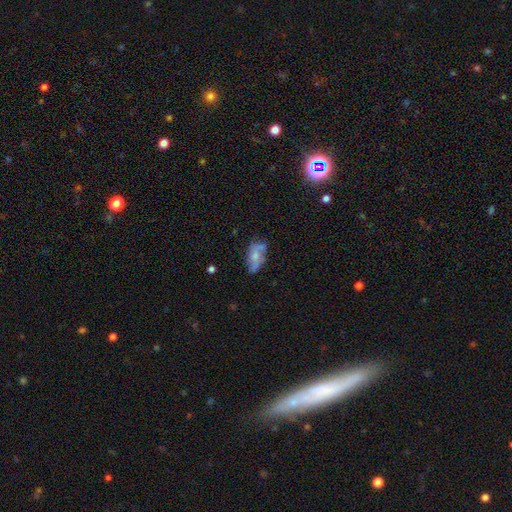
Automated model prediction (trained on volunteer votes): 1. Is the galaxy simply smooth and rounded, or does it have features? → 47% smooth, 44% featured or disk, 9% star or artifact.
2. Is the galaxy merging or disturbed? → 51% none, 28% minor disturbance, 14% major disturbance, 6% merger.